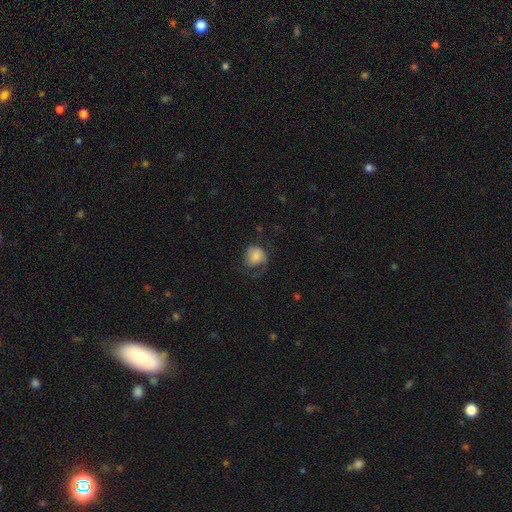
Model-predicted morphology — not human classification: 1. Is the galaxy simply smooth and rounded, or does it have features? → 55% smooth, 36% featured or disk, 8% star or artifact.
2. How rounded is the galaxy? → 62% round, 37% in between, 1% cigar-shaped.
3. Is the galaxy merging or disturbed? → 41% none, 33% major disturbance, 24% minor disturbance, 2% merger.